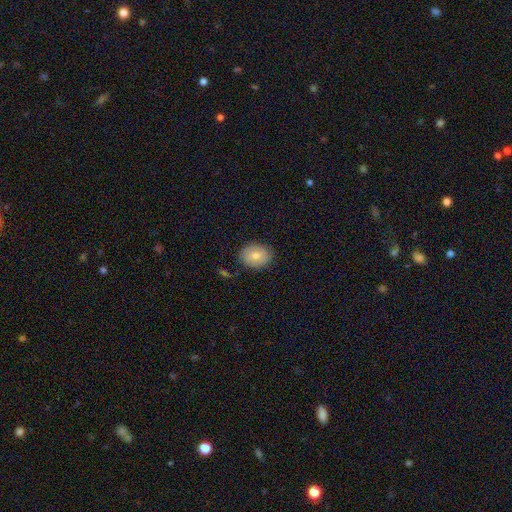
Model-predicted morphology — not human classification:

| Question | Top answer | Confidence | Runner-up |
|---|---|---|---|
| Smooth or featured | smooth | 72% | featured or disk (19%) |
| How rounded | in between | 50% | round (49%) |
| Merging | none | 85% | minor disturbance (11%) |